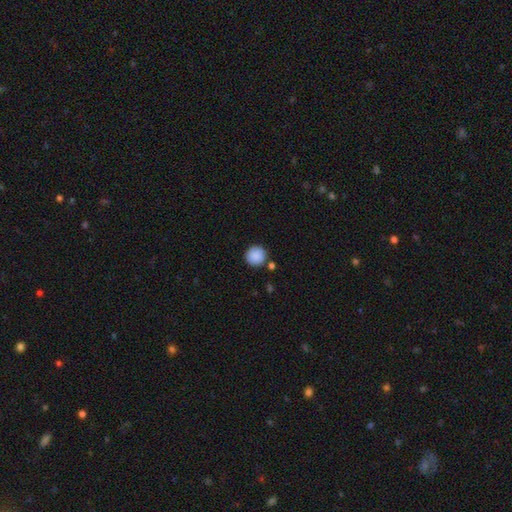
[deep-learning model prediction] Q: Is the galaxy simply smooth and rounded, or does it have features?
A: smooth — 89%.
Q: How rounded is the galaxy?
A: round — 95%.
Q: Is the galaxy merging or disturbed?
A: none — 84%.